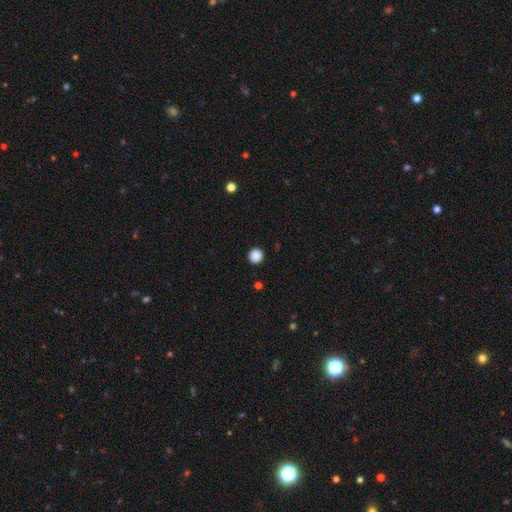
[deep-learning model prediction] Smooth or featured?
  - smooth: 88% *
  - star or artifact: 10%
  - featured or disk: 2%
How rounded?
  - round: 95% *
  - in between: 4%
  - cigar-shaped: 1%
Merging?
  - none: 93% *
  - minor disturbance: 4%
  - major disturbance: 2%
  - merger: 1%